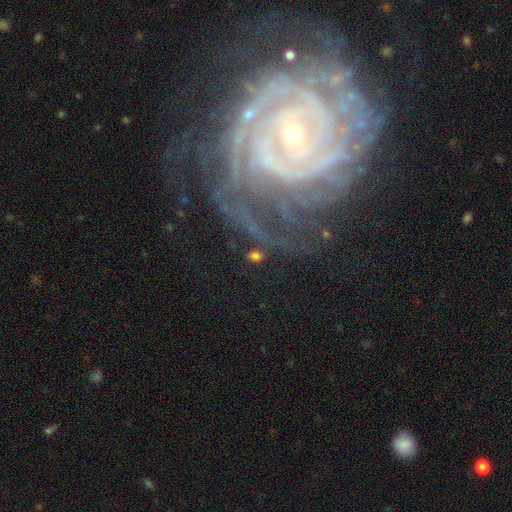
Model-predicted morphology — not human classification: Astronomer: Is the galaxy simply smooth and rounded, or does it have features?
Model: featured or disk — 86%.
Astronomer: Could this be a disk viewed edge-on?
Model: no — 96%.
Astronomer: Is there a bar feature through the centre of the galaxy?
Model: no — 59%.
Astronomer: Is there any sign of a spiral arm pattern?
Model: yes — 96%.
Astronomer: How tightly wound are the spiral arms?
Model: tight — 77%.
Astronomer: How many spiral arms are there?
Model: can't tell — 26% (runner-up: more than 4, 18%).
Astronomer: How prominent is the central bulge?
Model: small — 78%.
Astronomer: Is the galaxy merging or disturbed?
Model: none — 67%.